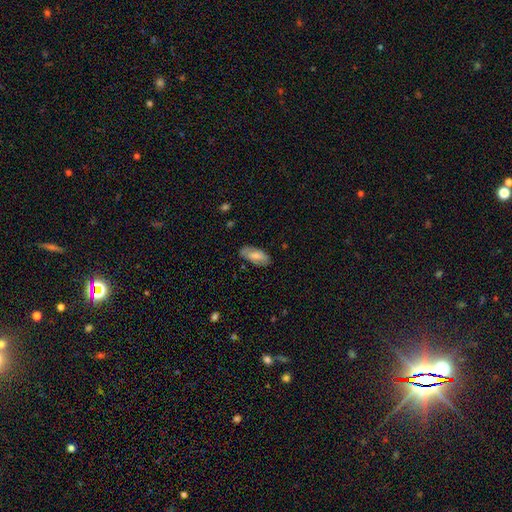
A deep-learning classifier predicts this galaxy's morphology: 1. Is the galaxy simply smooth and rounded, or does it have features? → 69% smooth, 25% featured or disk, 6% star or artifact.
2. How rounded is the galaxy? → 89% in between, 9% cigar-shaped, 2% round.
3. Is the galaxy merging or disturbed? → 79% none, 17% minor disturbance, 4% major disturbance, 1% merger.